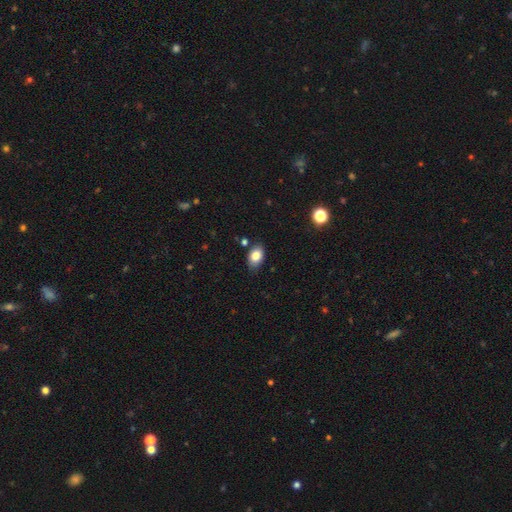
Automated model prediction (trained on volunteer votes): A smooth galaxy with no disk features (82%) that is in between round and cigar-shaped (88%).

Vote fractions:
- Smooth or featured? smooth: 82% / featured or disk: 9% / star or artifact: 8%
- How rounded? in between: 88% / round: 10% / cigar-shaped: 1%
- Merging? none: 81% / minor disturbance: 14% / merger: 3% / major disturbance: 2%